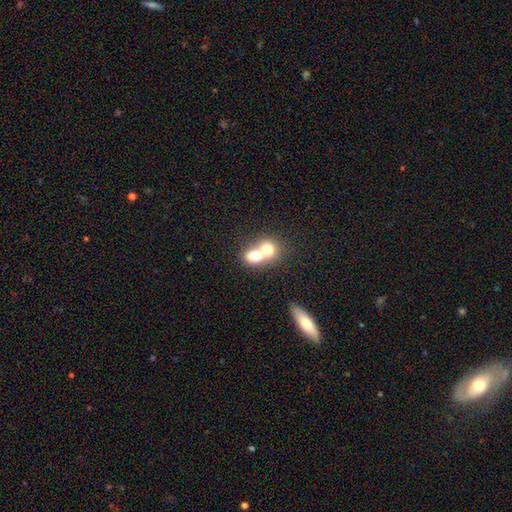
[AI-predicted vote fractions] This is likely a smooth galaxy (70%). How rounded: possibly round (55%). Merging: likely merger (74%).